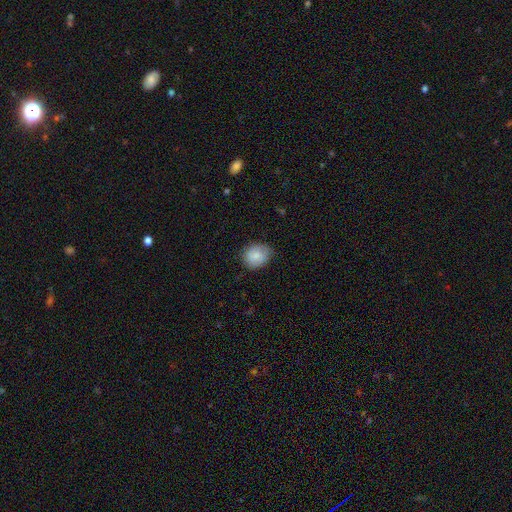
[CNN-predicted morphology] smooth 80%, featured or disk 13%, star or artifact 7%. Down the decision tree: how rounded — round (62%); merging — none (74%).